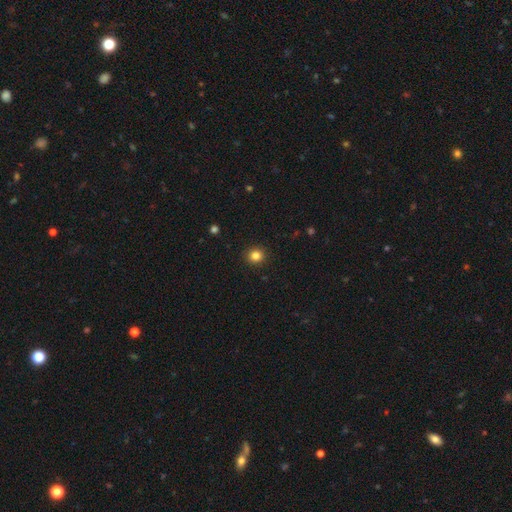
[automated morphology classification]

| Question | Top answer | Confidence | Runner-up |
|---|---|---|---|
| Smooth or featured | smooth | 84% | star or artifact (12%) |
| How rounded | round | 89% | in between (10%) |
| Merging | none | 92% | minor disturbance (5%) |